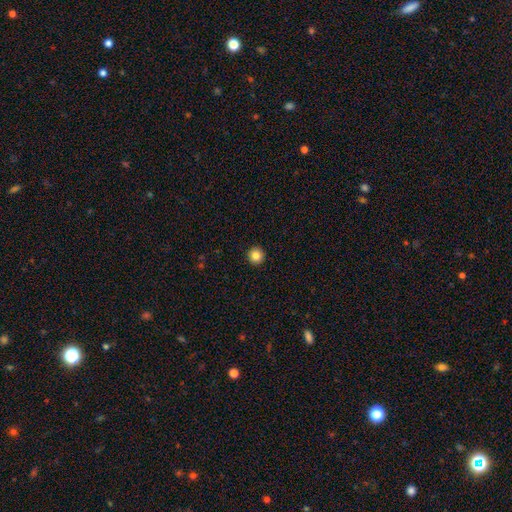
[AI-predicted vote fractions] Morphology: type=smooth (84%); roundness=round (96%); merging=none (94%).